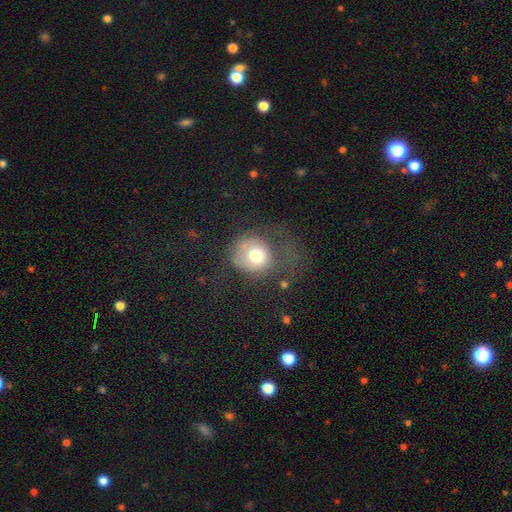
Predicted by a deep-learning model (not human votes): The model was most divided on "merging": major disturbance: 42%, none: 32%, minor disturbance: 23%, merger: 3%. More confident: how rounded — round (80%); smooth or featured — smooth (67%).